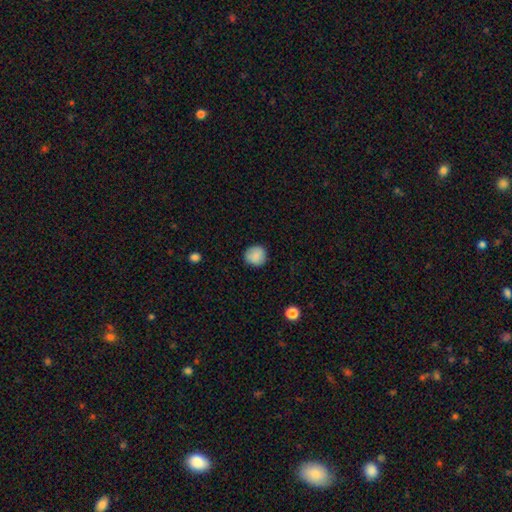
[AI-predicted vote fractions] This appears to be a smooth galaxy with no disk features (86%) that is round (90%). Merging: none (87%).